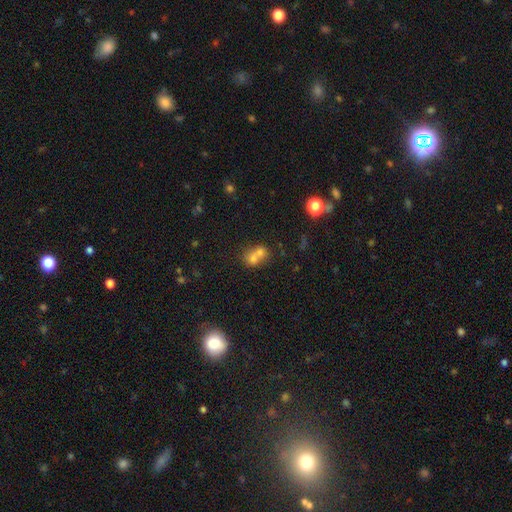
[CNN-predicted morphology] Smooth or featured? Predicted: smooth (p=0.69). How rounded? Predicted: round (p=0.64). Merging? Predicted: merger (p=0.68).